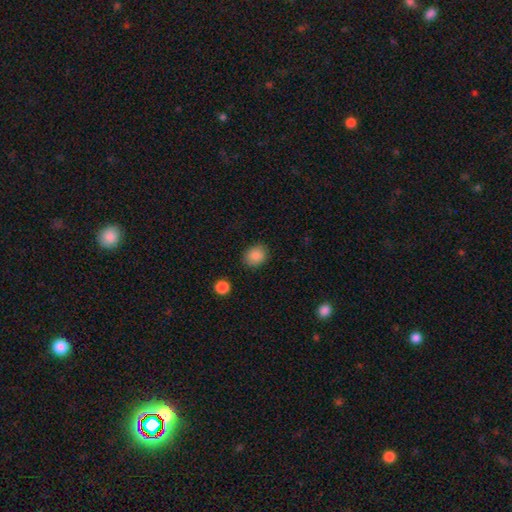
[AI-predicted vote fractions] Smooth or featured? Predicted: smooth (p=0.87). How rounded? Predicted: round (p=0.60). Merging? Predicted: none (p=0.86).